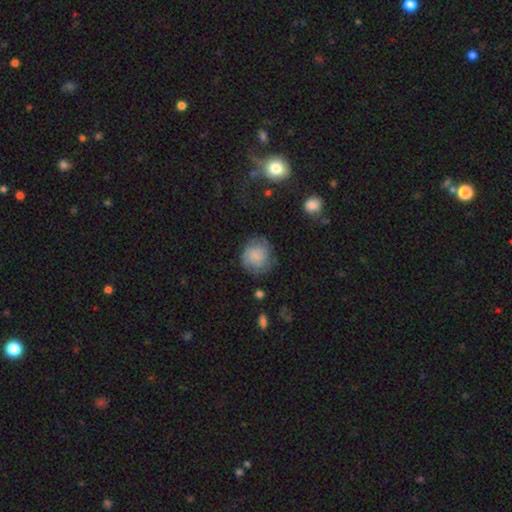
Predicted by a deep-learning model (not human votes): smooth-or-featured: smooth: 47% | featured or disk: 44% | star or artifact: 10%
  merging: none: 66% | minor disturbance: 21% | major disturbance: 11% | merger: 2%